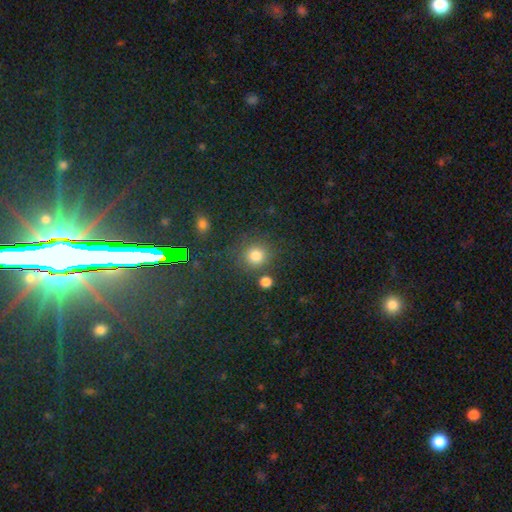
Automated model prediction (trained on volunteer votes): This is likely a smooth galaxy (79%). How rounded: clearly round (91%). Merging: likely none (76%).